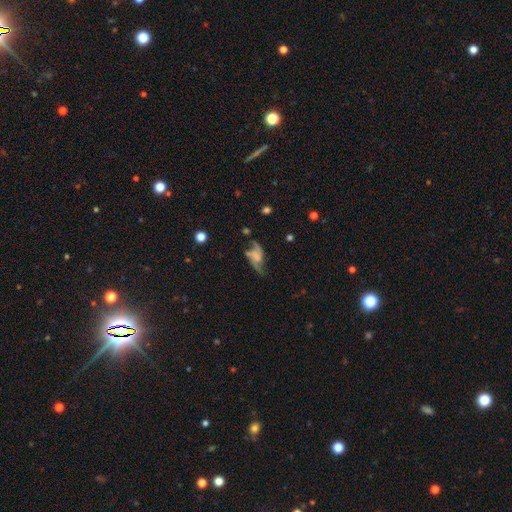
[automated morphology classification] Smooth or featured: featured or disk — 70% (smooth — 20%)
Edge-on disk: no — 94% (yes — 6%)
Bar: no — 59% (weak — 31%)
Spiral arms: yes — 88% (no — 12%)
Spiral winding: loose — 73% (medium — 21%)
Spiral arm count: 2 — 86% (can't tell — 5%)
Bulge size: none — 55% (small — 20%)
Merging: none — 49% (minor disturbance — 23%)